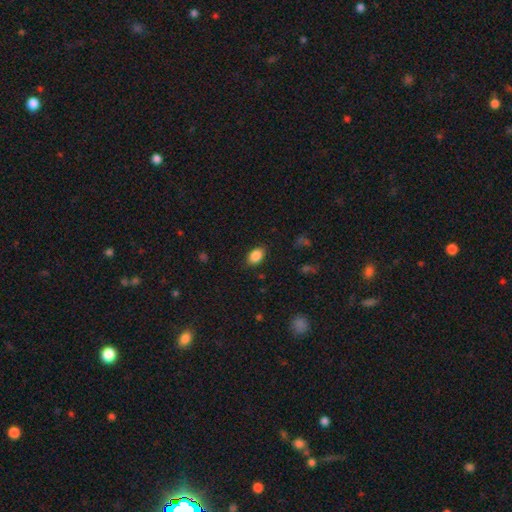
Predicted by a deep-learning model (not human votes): Smooth or featured? smooth (88%)
How rounded? in between (86%)
Merging? none (83%)